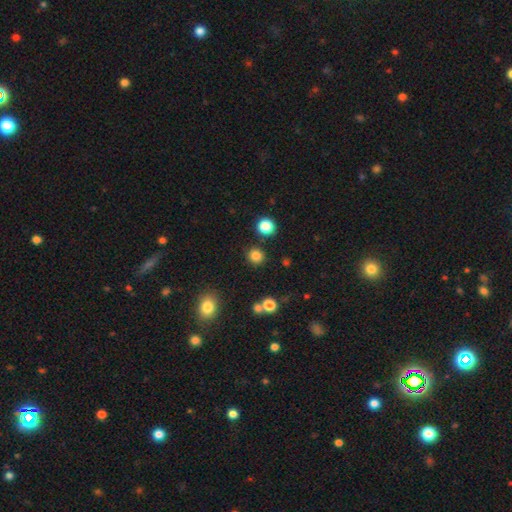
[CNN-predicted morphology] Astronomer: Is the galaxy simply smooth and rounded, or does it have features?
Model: smooth — 82%.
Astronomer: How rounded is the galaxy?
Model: round — 91%.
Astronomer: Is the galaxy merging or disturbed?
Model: none — 88%.